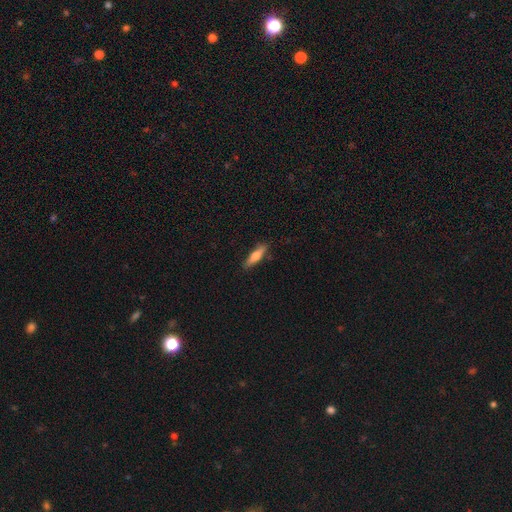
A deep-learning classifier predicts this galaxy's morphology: Q: Smooth or featured?
A: smooth (62%); runner-up: featured or disk (32%)
Q: How rounded?
A: cigar-shaped (70%); runner-up: in between (28%)
Q: Merging?
A: none (84%); runner-up: minor disturbance (12%)